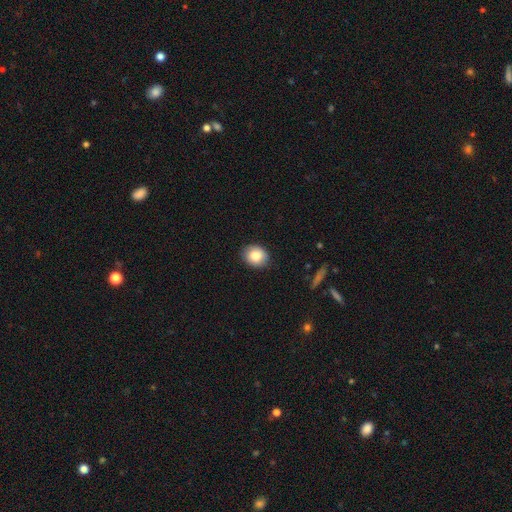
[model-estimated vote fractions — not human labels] smooth 83%, featured or disk 9%, star or artifact 8%. Down the decision tree: how rounded — round (53%); merging — none (86%).